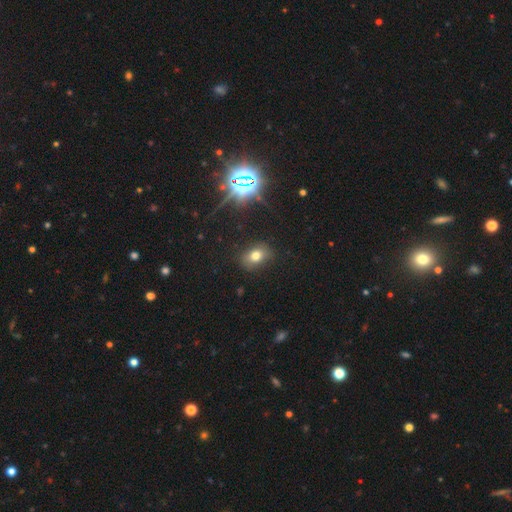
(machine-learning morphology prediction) smooth 71%, star or artifact 19%, featured or disk 10%. Down the decision tree: how rounded — in between (71%); merging — none (83%).